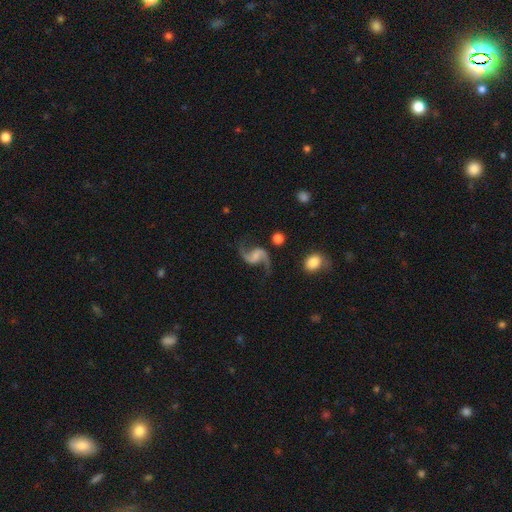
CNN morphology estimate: Smooth or featured? Predicted: featured or disk (p=0.90). Edge-on disk? Predicted: no (p=0.98). Bar? Predicted: no (p=0.44). Spiral arms? Predicted: yes (p=0.98). Spiral winding? Predicted: loose (p=0.79). Spiral arm count? Predicted: 2 (p=0.94). Bulge size? Predicted: none (p=0.41). Merging? Predicted: none (p=0.76).